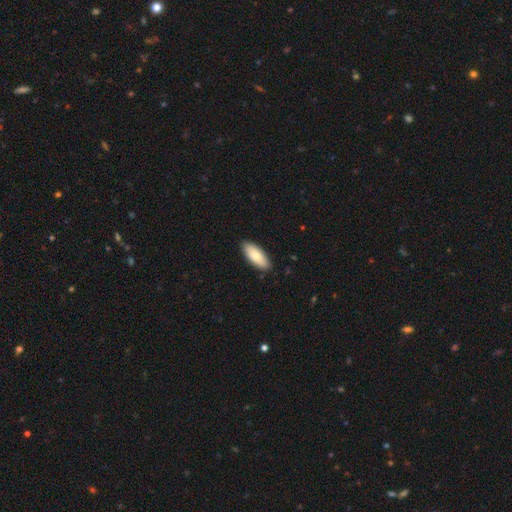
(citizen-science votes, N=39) Volunteers were most divided on "how rounded": in between: 81%, cigar-shaped: 17%, round: 3%. More confident: smooth or featured — smooth (92%); merging — none (87%).